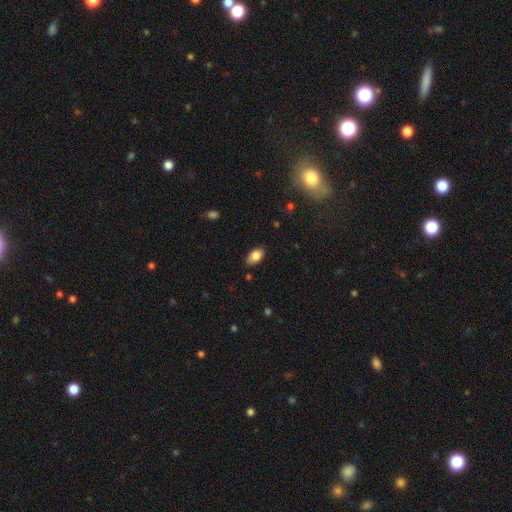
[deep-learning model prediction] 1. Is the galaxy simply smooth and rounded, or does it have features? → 83% smooth, 9% featured or disk, 8% star or artifact.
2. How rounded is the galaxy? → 92% in between, 6% round, 2% cigar-shaped.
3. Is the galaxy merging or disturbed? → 82% none, 15% minor disturbance, 3% major disturbance, 1% merger.